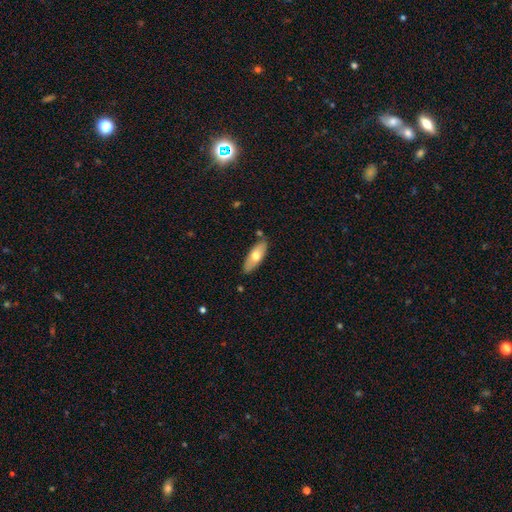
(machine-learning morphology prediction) This appears to be a smooth galaxy with no disk features (64%) that is in between round and cigar-shaped (68%). Merging: none (82%).